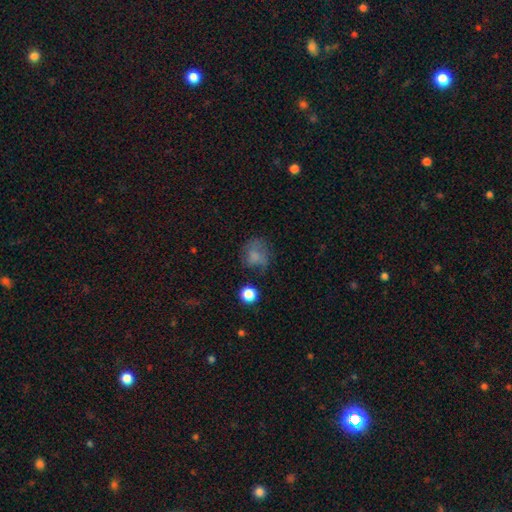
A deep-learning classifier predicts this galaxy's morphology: This appears to be a smooth galaxy with no disk features (69%) that is round (70%). Merging: none (46%).